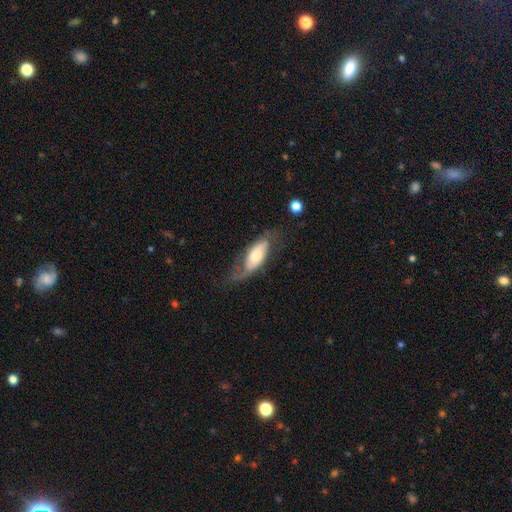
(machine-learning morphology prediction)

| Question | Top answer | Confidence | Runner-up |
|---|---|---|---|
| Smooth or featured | featured or disk | 52% | smooth (42%) |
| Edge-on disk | no | 78% | yes (22%) |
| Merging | none | 48% | minor disturbance (28%) |